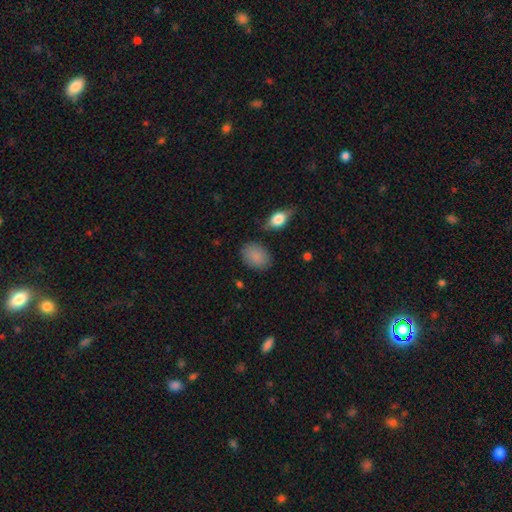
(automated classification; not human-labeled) The model was most divided on "how rounded": in between: 78%, round: 20%, cigar-shaped: 1%. More confident: smooth or featured — smooth (87%); merging — none (81%).